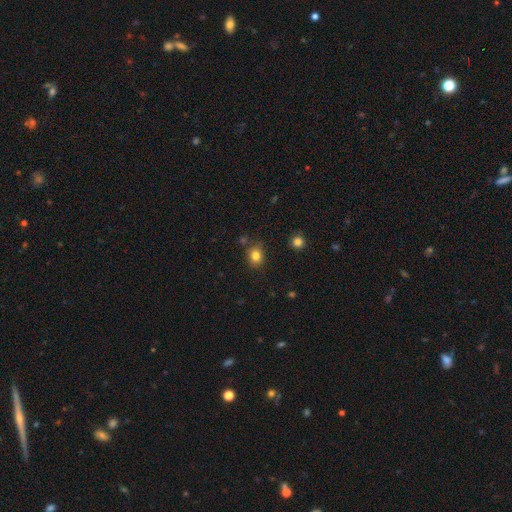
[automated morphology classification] Q: Smooth or featured?
A: smooth (81%); runner-up: star or artifact (12%)
Q: How rounded?
A: round (66%); runner-up: in between (33%)
Q: Merging?
A: none (78%); runner-up: minor disturbance (14%)